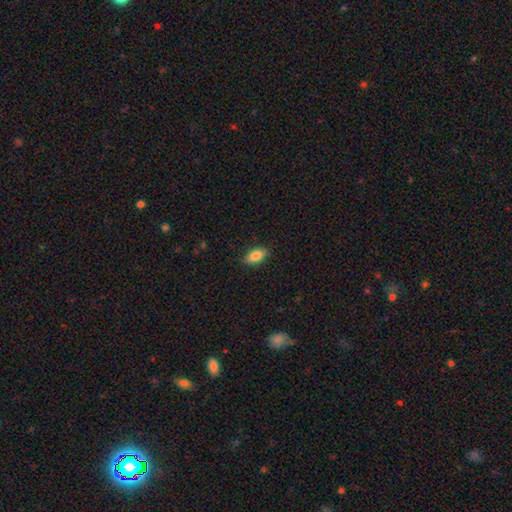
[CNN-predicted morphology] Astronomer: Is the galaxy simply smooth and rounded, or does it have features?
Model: smooth — 85%.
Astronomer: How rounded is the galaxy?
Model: in between — 90%.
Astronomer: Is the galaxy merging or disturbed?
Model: none — 87%.